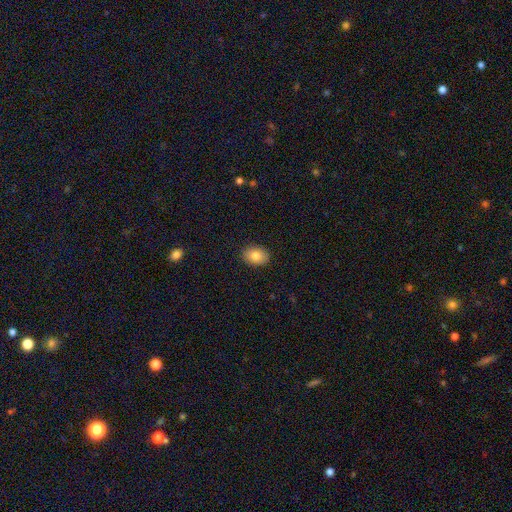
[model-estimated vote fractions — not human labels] Q: Smooth or featured?
A: smooth (82%); runner-up: featured or disk (10%)
Q: How rounded?
A: in between (75%); runner-up: round (24%)
Q: Merging?
A: none (90%); runner-up: minor disturbance (8%)